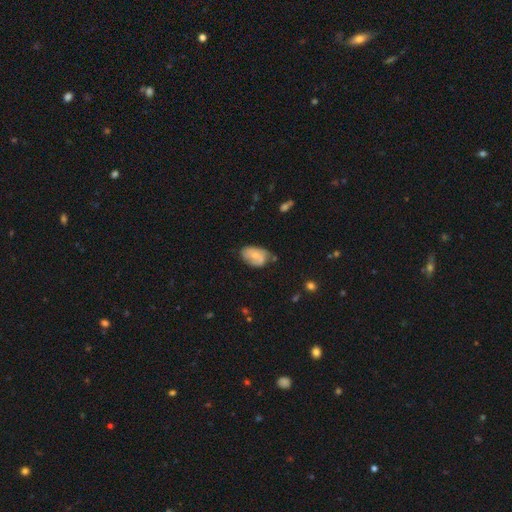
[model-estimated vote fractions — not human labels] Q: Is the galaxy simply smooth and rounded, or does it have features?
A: smooth — 50%.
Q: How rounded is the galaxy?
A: in between — 89%.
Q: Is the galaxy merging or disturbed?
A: none — 52%.